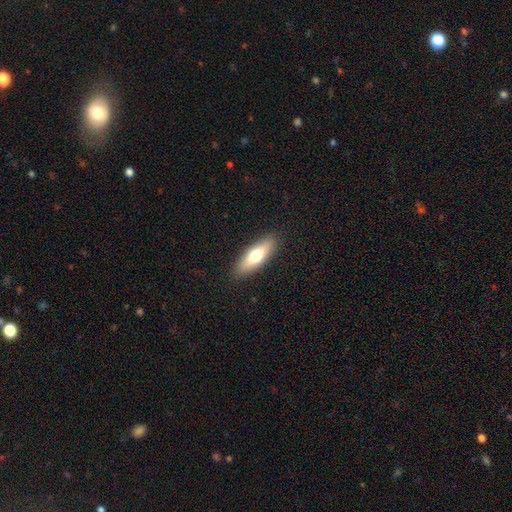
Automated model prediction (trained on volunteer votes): The model was most divided on "how rounded": in between: 52%, cigar-shaped: 46%, round: 2%. More confident: merging — none (89%); smooth or featured — smooth (69%).